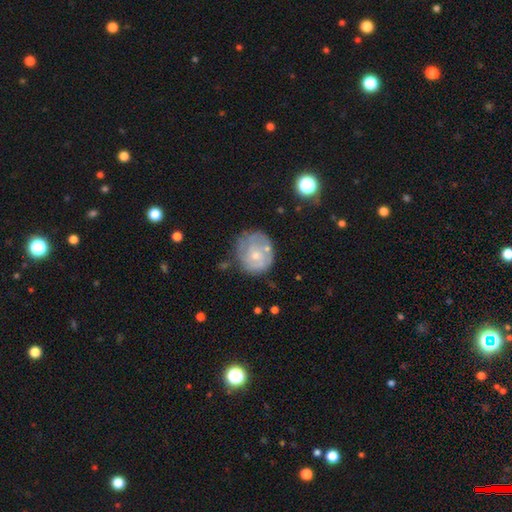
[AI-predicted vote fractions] Q: Smooth or featured?
A: featured or disk (53%); runner-up: smooth (40%)
Q: Edge-on disk?
A: no (97%); runner-up: yes (3%)
Q: Bar?
A: no (84%); runner-up: weak (14%)
Q: Spiral arms?
A: no (50%); tied with: yes (50%)
Q: Bulge size?
A: small (60%); runner-up: moderate (35%)
Q: Merging?
A: none (55%); runner-up: minor disturbance (26%)